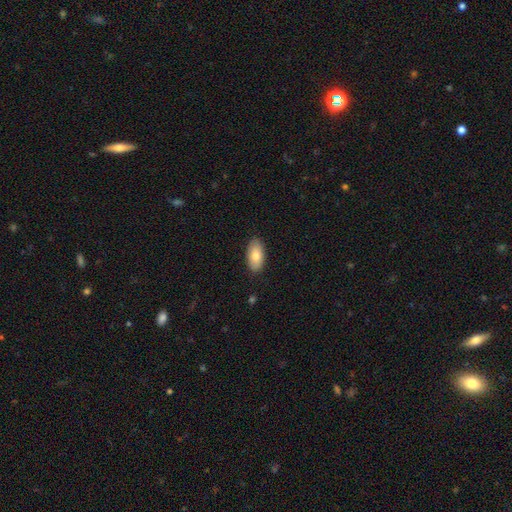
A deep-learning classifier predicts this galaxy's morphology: This appears to be a smooth galaxy with no disk features (80%) that is in between round and cigar-shaped (94%). Merging: none (87%).